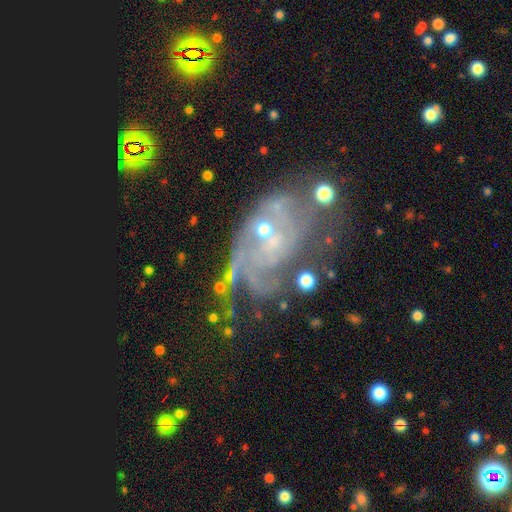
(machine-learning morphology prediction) Overall: featured or disk (78%). Edge-on disk: no (96%). Bar: no (66%; weak 27%). Spiral arms: yes (86%). Spiral arm count: can't tell (43%; 2 17%). Spiral winding: tight (52%; medium 33%). Bulge size: small (71%). Merging: none (46%; major disturbance 25%).